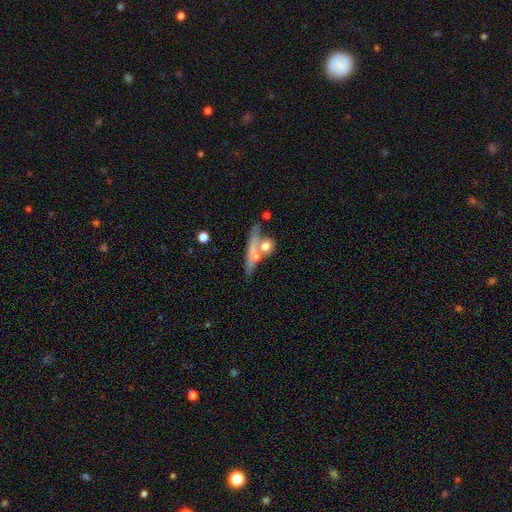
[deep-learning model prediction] The model was most divided on "merging": none: 41%, merger: 37%, minor disturbance: 13%, major disturbance: 9%. Remaining: smooth or featured — smooth (49%).